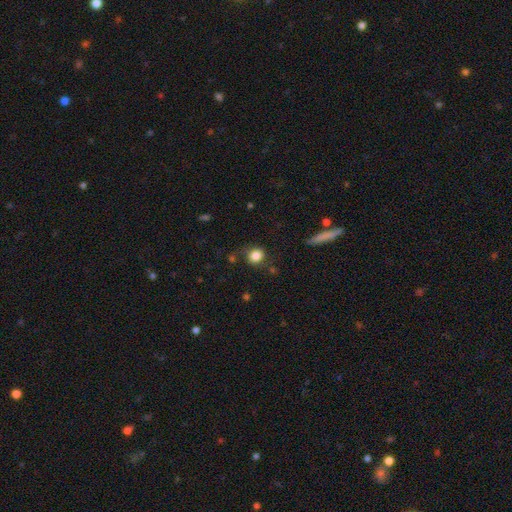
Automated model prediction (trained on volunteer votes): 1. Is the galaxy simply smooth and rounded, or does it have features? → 84% smooth, 10% star or artifact, 6% featured or disk.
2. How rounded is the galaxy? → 77% round, 22% in between, 1% cigar-shaped.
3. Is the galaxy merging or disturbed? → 74% none, 16% minor disturbance, 6% major disturbance, 3% merger.